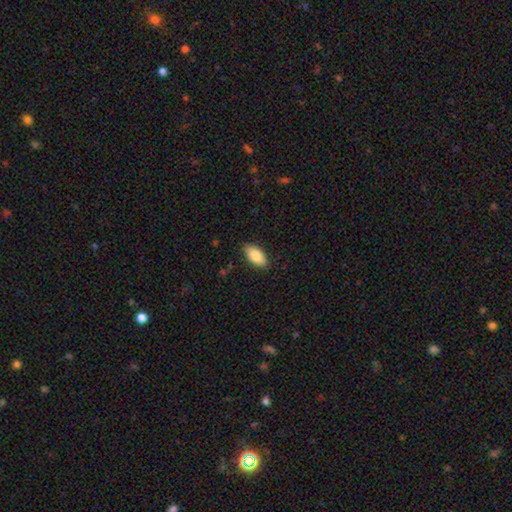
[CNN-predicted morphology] Smooth or featured? smooth (86%)
How rounded? in between (93%)
Merging? none (86%)